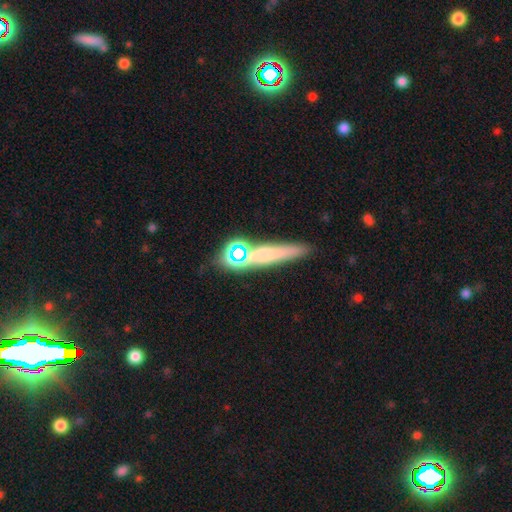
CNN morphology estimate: smooth-or-featured: smooth: 51% | featured or disk: 26% | star or artifact: 23%
  how-rounded: cigar-shaped: 68% | in between: 19% | round: 13%
  merging: none: 78% | minor disturbance: 10% | merger: 9% | major disturbance: 4%